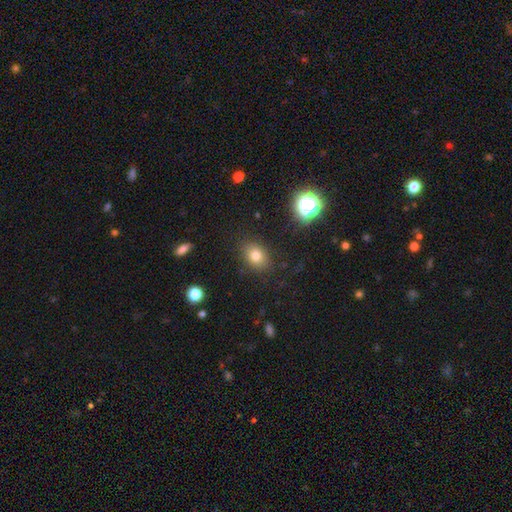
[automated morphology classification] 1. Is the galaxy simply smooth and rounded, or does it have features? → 76% smooth, 14% star or artifact, 10% featured or disk.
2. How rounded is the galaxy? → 67% in between, 32% round, 1% cigar-shaped.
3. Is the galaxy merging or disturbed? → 85% none, 10% minor disturbance, 3% major disturbance, 2% merger.